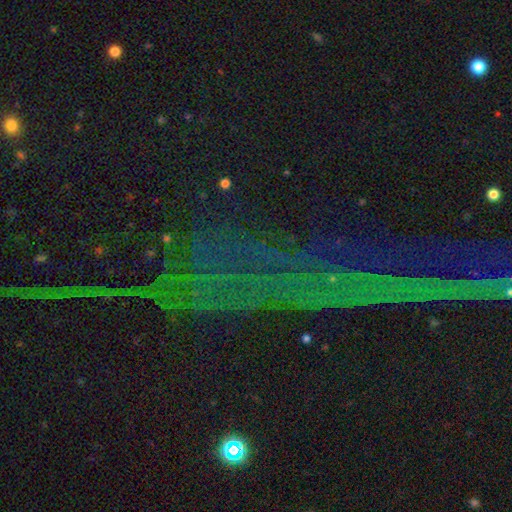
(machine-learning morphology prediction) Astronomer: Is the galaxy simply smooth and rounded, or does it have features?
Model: star or artifact — 78%.